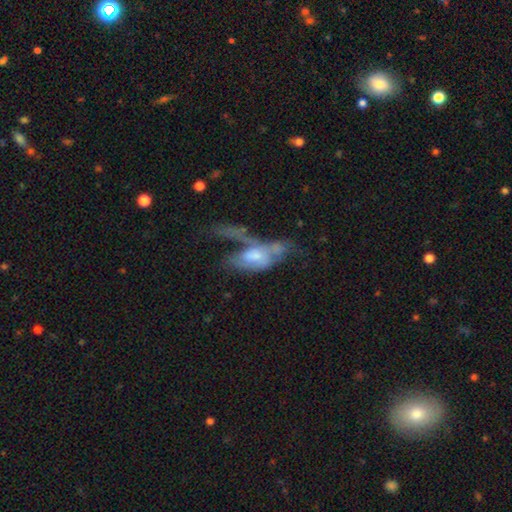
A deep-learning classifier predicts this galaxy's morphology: This appears to be a featured or disk galaxy (51%). Merging: major disturbance (47%).